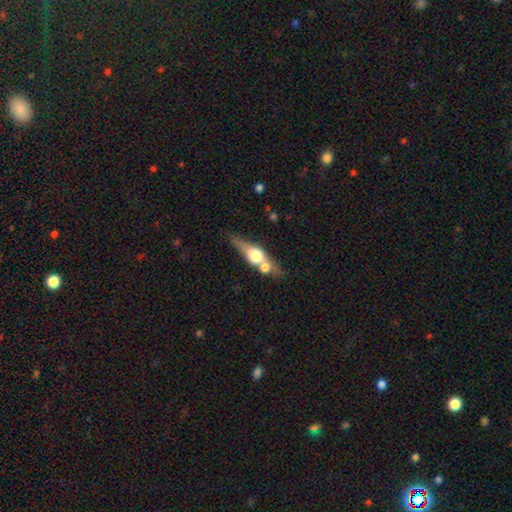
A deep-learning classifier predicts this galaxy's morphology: Smooth or featured?
  - featured or disk: 60% *
  - smooth: 33%
  - star or artifact: 8%
Edge-on disk?
  - yes: 87% *
  - no: 13%
Edge-on bulge?
  - rounded: 94% *
  - boxy: 4%
  - none: 2%
Merging?
  - none: 47% *
  - merger: 34%
  - minor disturbance: 13%
  - major disturbance: 7%